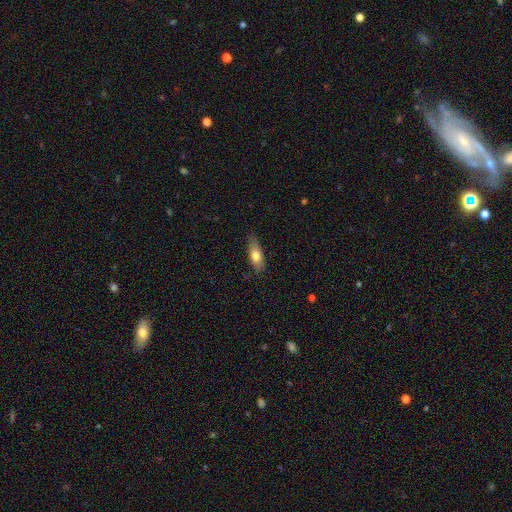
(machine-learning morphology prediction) Smooth or featured? smooth (69%)
How rounded? in between (67%)
Merging? none (77%)